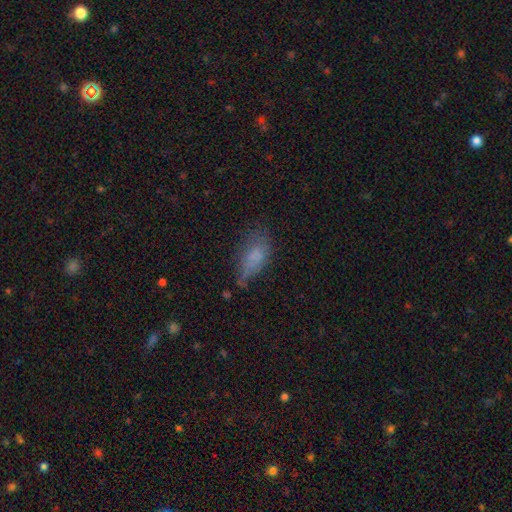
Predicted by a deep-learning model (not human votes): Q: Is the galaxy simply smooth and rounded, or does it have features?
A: smooth — 68%.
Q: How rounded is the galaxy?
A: in between — 85%.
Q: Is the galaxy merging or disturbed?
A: none — 40%.